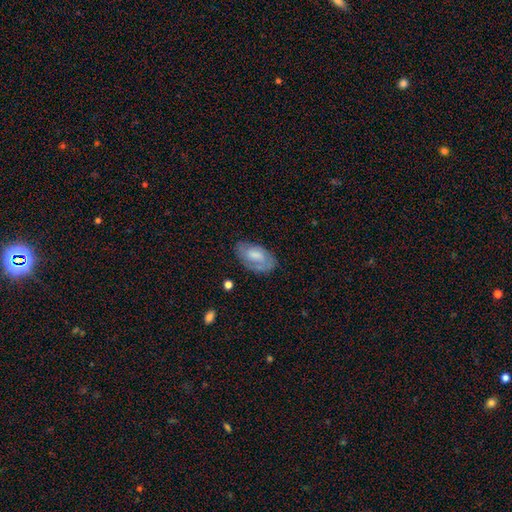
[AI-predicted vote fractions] smooth 53%, featured or disk 40%, star or artifact 7%. Down the decision tree: how rounded — in between (93%); merging — none (65%).